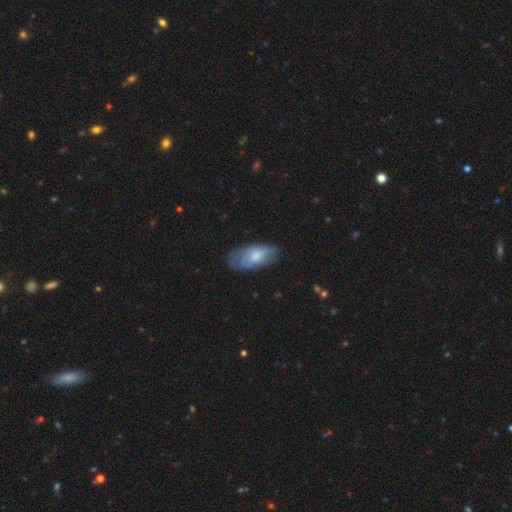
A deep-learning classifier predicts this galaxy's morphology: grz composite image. It shows a smooth galaxy with no disk features (54%) that is in between round and cigar-shaped (89%). Merging: none (61%).